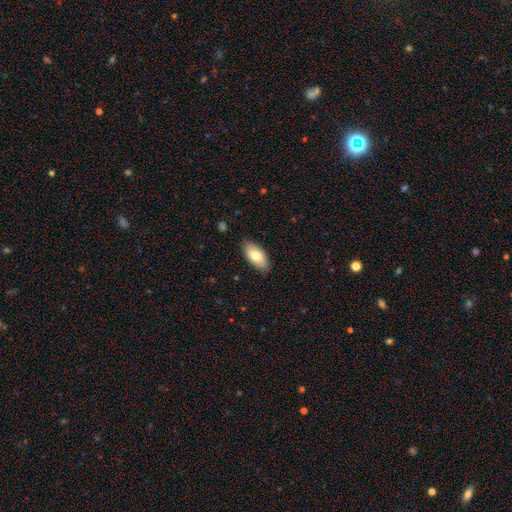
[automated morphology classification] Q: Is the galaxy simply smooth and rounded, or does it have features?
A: smooth — 78%.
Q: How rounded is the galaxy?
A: in between — 91%.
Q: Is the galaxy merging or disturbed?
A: none — 87%.